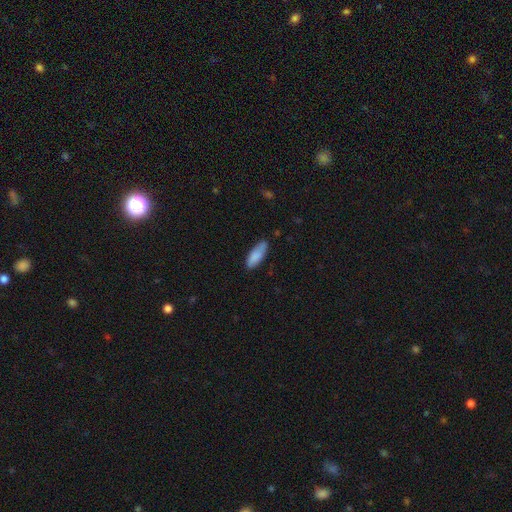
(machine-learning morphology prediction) Overall: smooth (84%). How rounded: in between (65%; cigar-shaped 33%). Merging: none (75%).